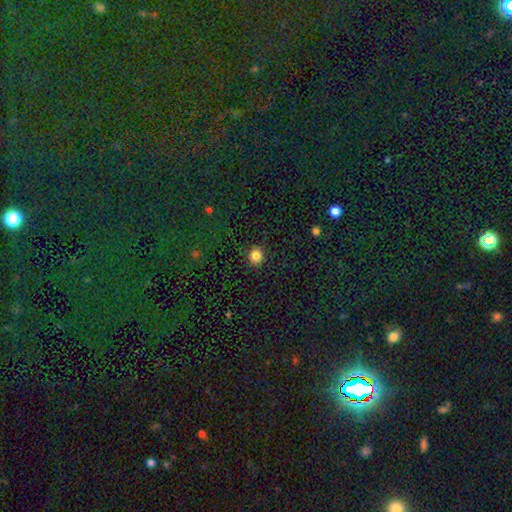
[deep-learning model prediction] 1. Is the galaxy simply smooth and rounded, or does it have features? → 84% smooth, 12% star or artifact, 4% featured or disk.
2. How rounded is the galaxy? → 89% round, 10% in between, 1% cigar-shaped.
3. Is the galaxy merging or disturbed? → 89% none, 7% minor disturbance, 2% major disturbance, 1% merger.